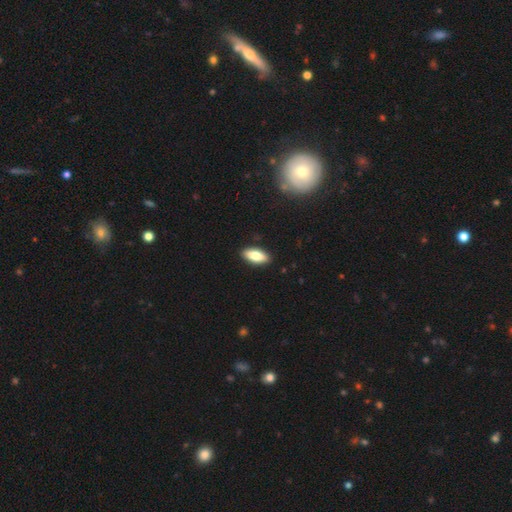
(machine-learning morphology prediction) type=smooth (77%); roundness=in between (79%); merging=none (90%).